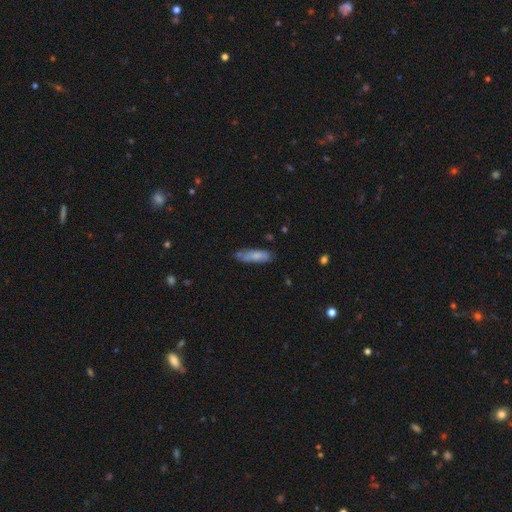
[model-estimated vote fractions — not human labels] The model was most divided on "how rounded" (2-way tie): cigar-shaped: 49%, in between: 49%, round: 2%. More confident: smooth or featured — smooth (70%); merging — none (61%).